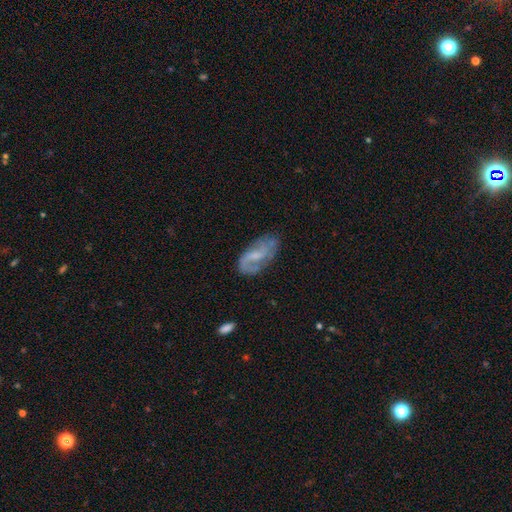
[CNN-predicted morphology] Q: Smooth or featured?
A: featured or disk (66%); runner-up: smooth (27%)
Q: Edge-on disk?
A: no (94%); runner-up: yes (6%)
Q: Bar?
A: weak (49%); runner-up: no (39%)
Q: Spiral arms?
A: yes (83%); runner-up: no (17%)
Q: Spiral winding?
A: medium (42%); runner-up: loose (38%)
Q: Spiral arm count?
A: 2 (65%); runner-up: can't tell (16%)
Q: Bulge size?
A: small (41%); runner-up: moderate (30%)
Q: Merging?
A: none (60%); runner-up: minor disturbance (25%)